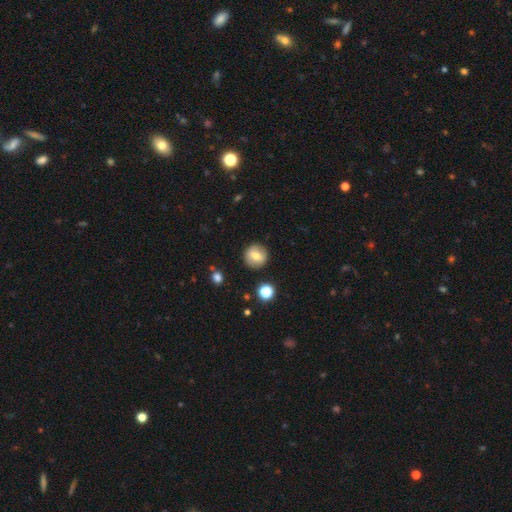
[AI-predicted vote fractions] Q: Smooth or featured?
A: smooth (70%); runner-up: featured or disk (21%)
Q: How rounded?
A: round (91%); runner-up: in between (8%)
Q: Merging?
A: none (88%); runner-up: minor disturbance (8%)